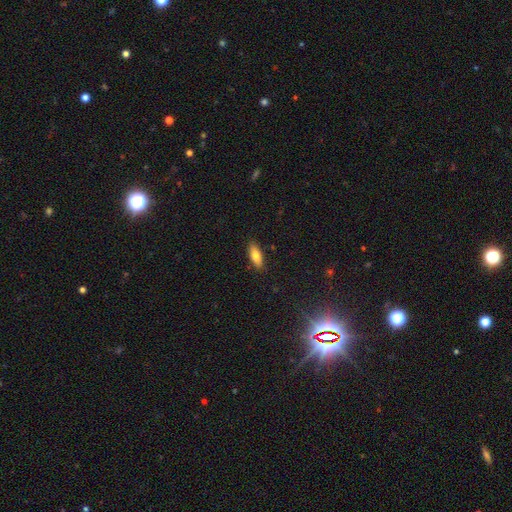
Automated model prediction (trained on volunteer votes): smooth 78%, featured or disk 15%, star or artifact 7%. Down the decision tree: how rounded — in between (69%); merging — none (88%).